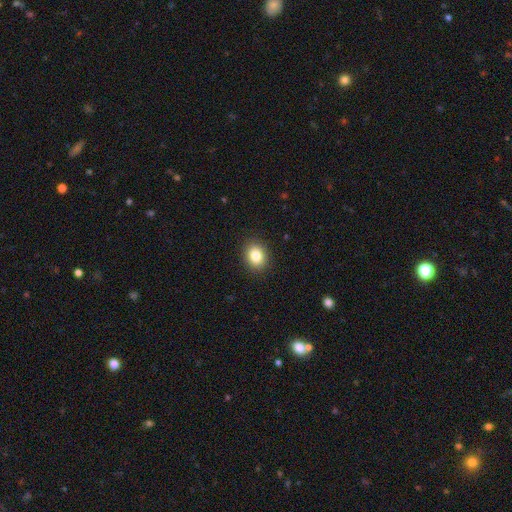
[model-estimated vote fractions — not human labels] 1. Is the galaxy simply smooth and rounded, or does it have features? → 83% smooth, 10% star or artifact, 7% featured or disk.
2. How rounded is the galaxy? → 54% round, 45% in between, 1% cigar-shaped.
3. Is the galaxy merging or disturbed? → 90% none, 7% minor disturbance, 2% major disturbance, 1% merger.